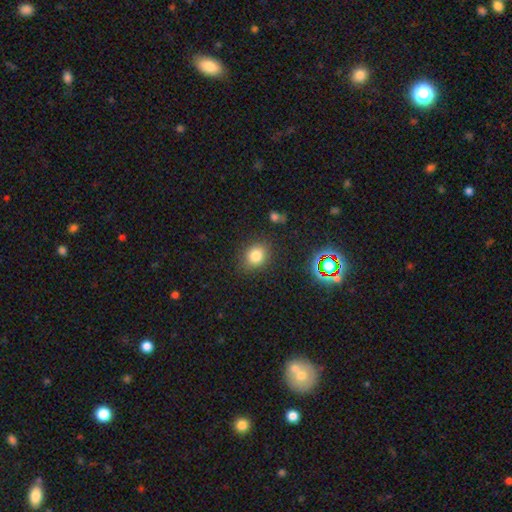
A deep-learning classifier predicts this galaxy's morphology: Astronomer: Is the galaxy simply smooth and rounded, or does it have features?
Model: smooth — 78%.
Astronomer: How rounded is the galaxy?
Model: round — 63%.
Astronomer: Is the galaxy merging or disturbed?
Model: none — 82%.